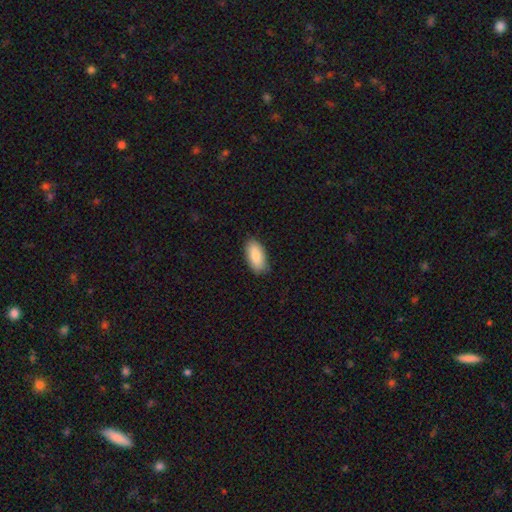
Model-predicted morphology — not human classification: A smooth galaxy with no disk features (87%) that is in between round and cigar-shaped (91%).

Vote fractions:
- Smooth or featured? smooth: 87% / featured or disk: 7% / star or artifact: 6%
- How rounded? in between: 91% / cigar-shaped: 7% / round: 2%
- Merging? none: 86% / minor disturbance: 11% / major disturbance: 2% / merger: 1%